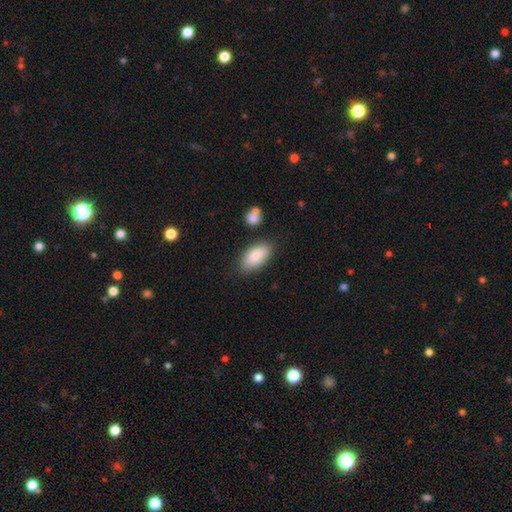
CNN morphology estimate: Smooth or featured? smooth (87%)
How rounded? in between (92%)
Merging? none (80%)